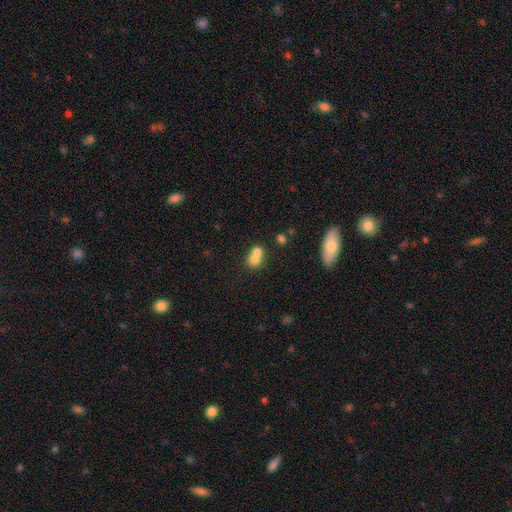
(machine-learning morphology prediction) smooth-or-featured: smooth: 72% | featured or disk: 18% | star or artifact: 11%
  how-rounded: round: 62% | in between: 37% | cigar-shaped: 2%
  merging: merger: 66% | none: 25% | minor disturbance: 6% | major disturbance: 3%